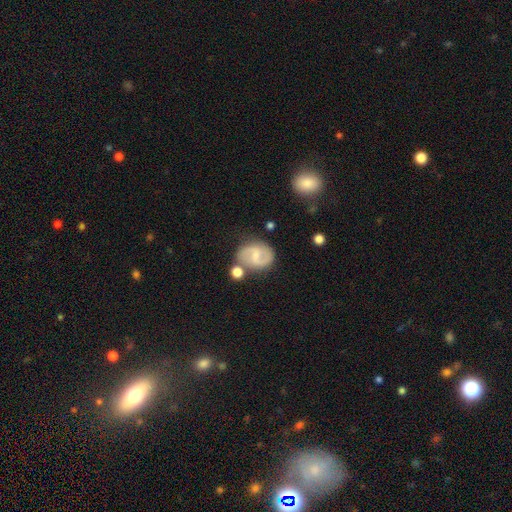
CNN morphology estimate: Smooth or featured: featured or disk — 68% (smooth — 25%)
Edge-on disk: no — 97% (yes — 3%)
Bar: weak — 55% (no — 24%)
Spiral arms: yes — 89% (no — 11%)
Spiral winding: medium — 50% (loose — 32%)
Spiral arm count: 2 — 89% (can't tell — 6%)
Bulge size: small — 58% (moderate — 25%)
Merging: none — 70% (minor disturbance — 15%)